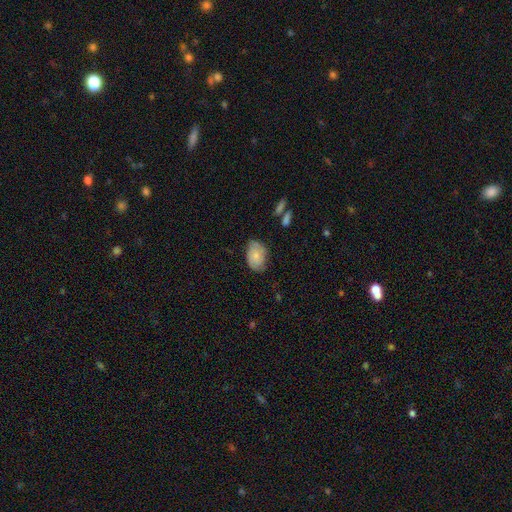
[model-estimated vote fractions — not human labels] Q: Smooth or featured?
A: smooth (72%); runner-up: featured or disk (22%)
Q: How rounded?
A: in between (87%); runner-up: round (12%)
Q: Merging?
A: none (71%); runner-up: minor disturbance (23%)